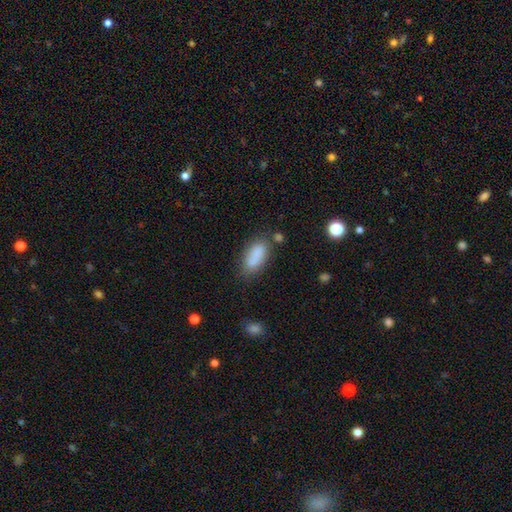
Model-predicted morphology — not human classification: smooth 84%, star or artifact 8%, featured or disk 8%. Down the decision tree: how rounded — in between (83%); merging — none (66%).